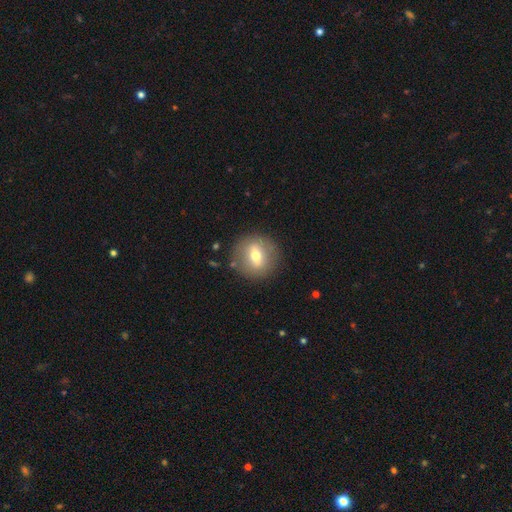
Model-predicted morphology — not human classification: Smooth or featured? Predicted: smooth (p=0.55). How rounded? Predicted: round (p=0.84). Merging? Predicted: none (p=0.86).